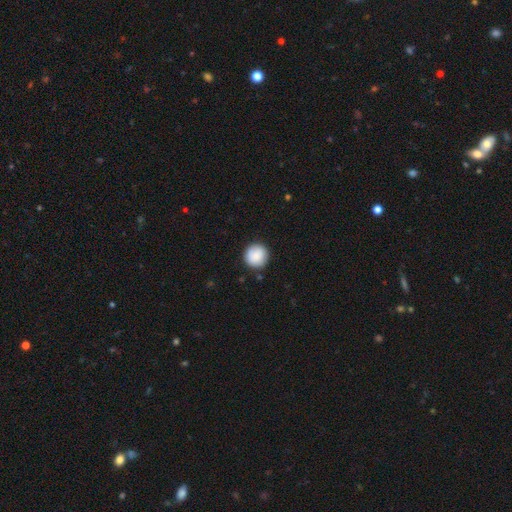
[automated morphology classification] type=smooth (87%); roundness=round (94%); merging=none (89%).